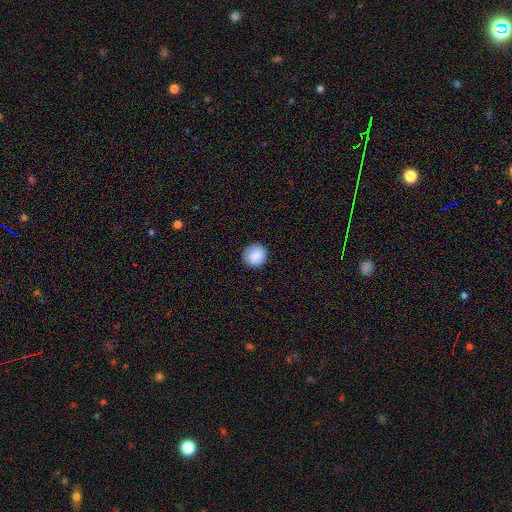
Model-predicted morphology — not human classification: Smooth or featured? smooth (87%)
How rounded? round (91%)
Merging? none (89%)